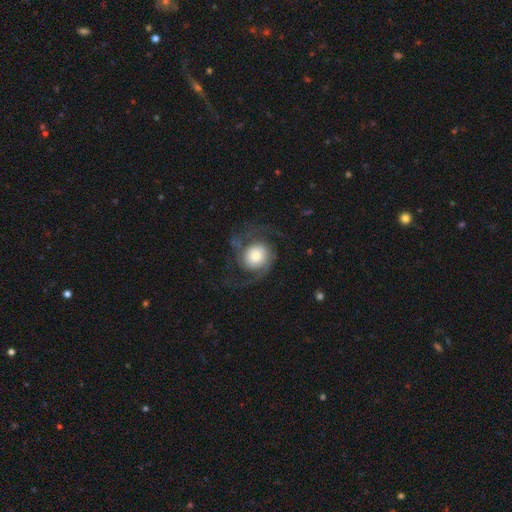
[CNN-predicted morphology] Q: Smooth or featured?
A: featured or disk (77%); runner-up: smooth (16%)
Q: Edge-on disk?
A: no (98%); runner-up: yes (2%)
Q: Bar?
A: no (74%); runner-up: weak (20%)
Q: Spiral arms?
A: yes (95%); runner-up: no (5%)
Q: Spiral winding?
A: medium (46%); runner-up: loose (38%)
Q: Spiral arm count?
A: 2 (85%); runner-up: 3 (6%)
Q: Bulge size?
A: large (33%); runner-up: moderate (32%)
Q: Merging?
A: none (65%); runner-up: major disturbance (19%)